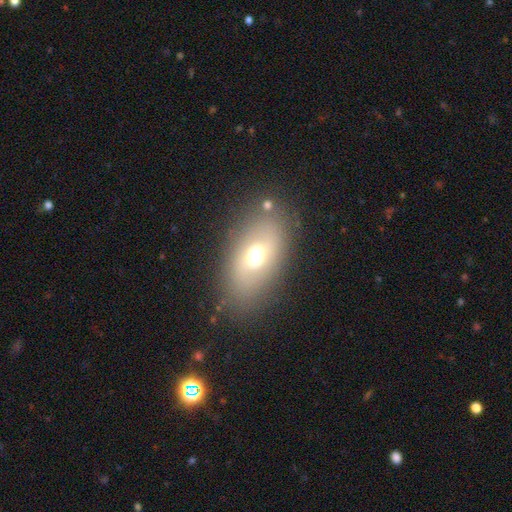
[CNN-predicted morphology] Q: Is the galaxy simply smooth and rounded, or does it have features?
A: smooth — 56%.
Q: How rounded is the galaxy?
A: in between — 86%.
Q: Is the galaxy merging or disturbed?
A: none — 80%.